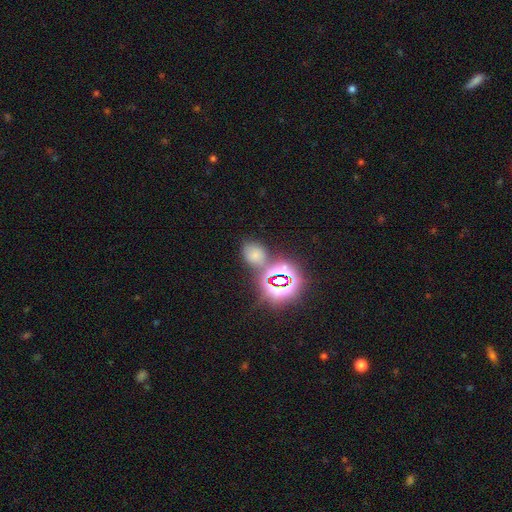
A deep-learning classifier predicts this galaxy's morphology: Overall: smooth (54%; star or artifact 36%). How rounded: in between (59%; round 40%). Merging: none (64%).